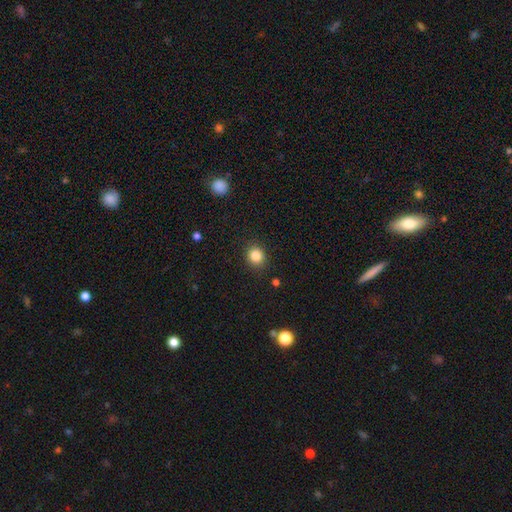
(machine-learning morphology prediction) Overall: smooth (84%). How rounded: round (78%). Merging: none (89%).